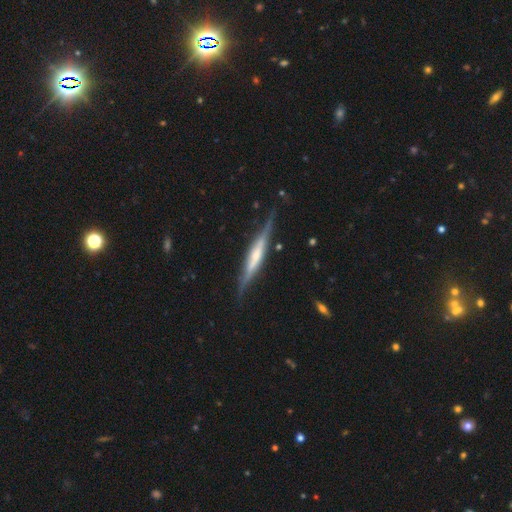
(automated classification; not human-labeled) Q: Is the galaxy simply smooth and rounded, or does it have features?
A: featured or disk — 71%.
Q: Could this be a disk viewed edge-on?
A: yes — 96%.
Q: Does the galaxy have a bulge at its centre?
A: rounded — 43%.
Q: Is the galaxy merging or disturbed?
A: none — 79%.